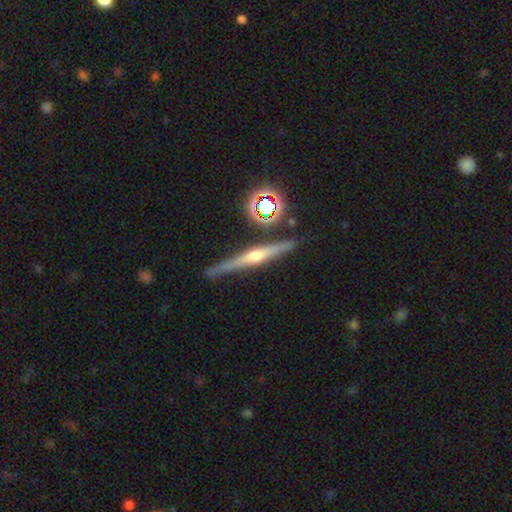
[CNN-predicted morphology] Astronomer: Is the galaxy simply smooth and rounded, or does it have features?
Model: featured or disk — 73%.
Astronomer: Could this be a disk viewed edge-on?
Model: yes — 97%.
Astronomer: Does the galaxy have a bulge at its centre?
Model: rounded — 88%.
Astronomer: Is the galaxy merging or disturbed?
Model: none — 85%.